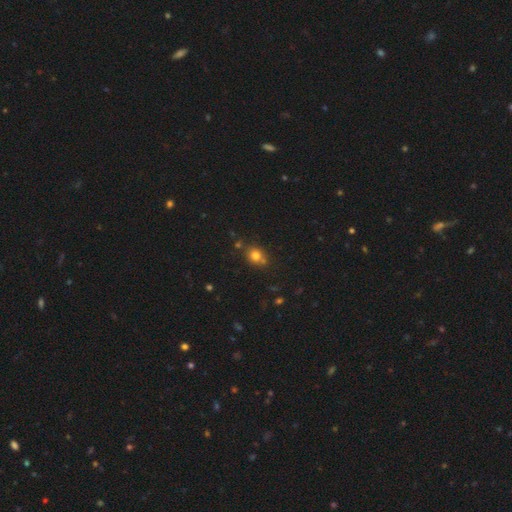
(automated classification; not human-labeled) smooth 76%, star or artifact 15%, featured or disk 8%. Down the decision tree: how rounded — round (73%); merging — none (69%).